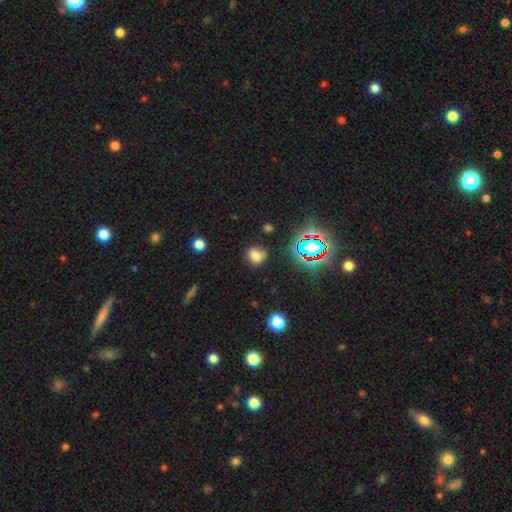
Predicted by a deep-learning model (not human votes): Q: Smooth or featured?
A: smooth (71%); runner-up: star or artifact (19%)
Q: How rounded?
A: round (69%); runner-up: in between (30%)
Q: Merging?
A: none (72%); runner-up: minor disturbance (18%)